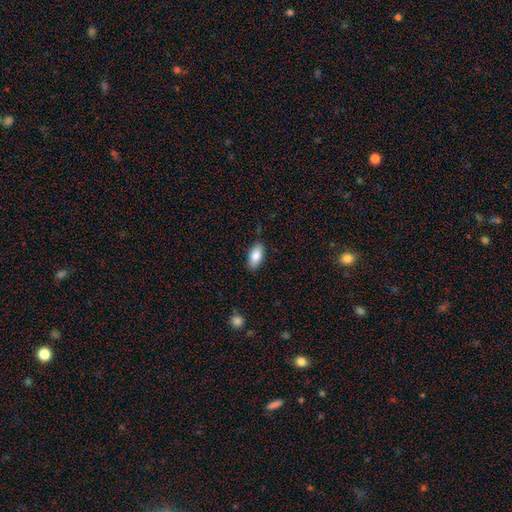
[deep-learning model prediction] A smooth galaxy with no disk features (84%) that is in between round and cigar-shaped (90%).

Vote fractions:
- Smooth or featured? smooth: 84% / featured or disk: 9% / star or artifact: 7%
- How rounded? in between: 90% / cigar-shaped: 7% / round: 3%
- Merging? none: 85% / minor disturbance: 11% / major disturbance: 2% / merger: 1%